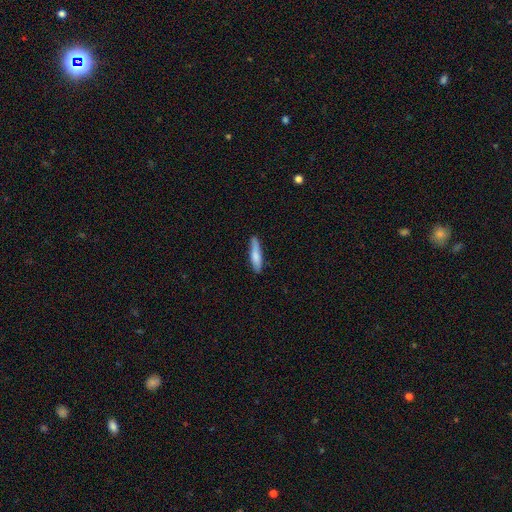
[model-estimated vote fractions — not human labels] This appears to be a smooth galaxy with no disk features (73%) that is cigar-shaped (81%). Merging: none (81%).